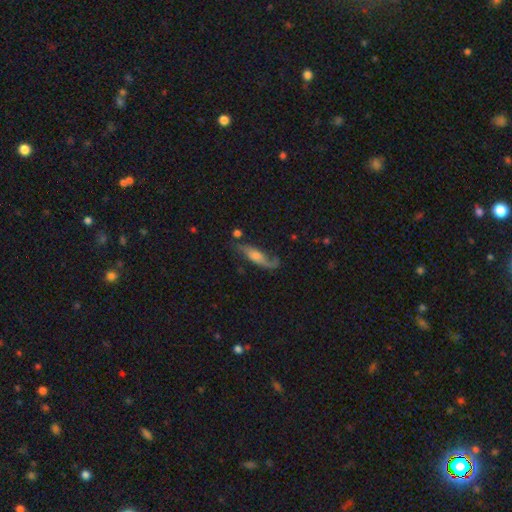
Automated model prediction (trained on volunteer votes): Q: Smooth or featured?
A: featured or disk (65%); runner-up: smooth (28%)
Q: Edge-on disk?
A: no (72%); runner-up: yes (28%)
Q: Merging?
A: none (60%); runner-up: minor disturbance (22%)